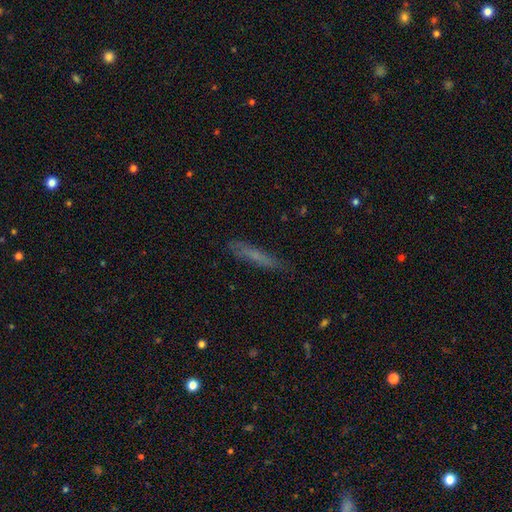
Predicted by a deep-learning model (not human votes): Morphology: type=smooth (59%); roundness=cigar-shaped (91%); merging=none (81%).